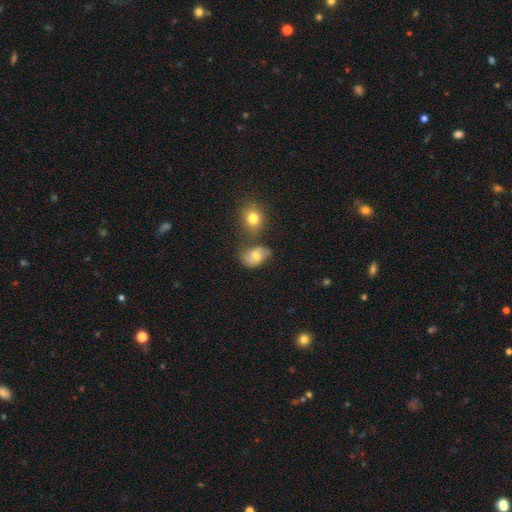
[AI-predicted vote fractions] Overall: smooth (64%; featured or disk 25%). How rounded: in between (70%). Merging: none (43%; minor disturbance 24%).